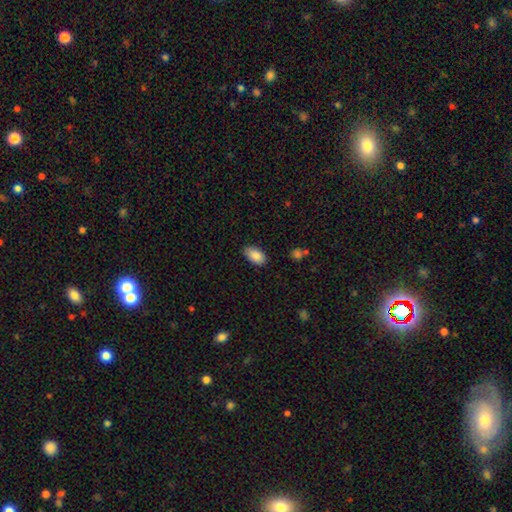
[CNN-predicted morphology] The model was most divided on "merging": none: 82%, minor disturbance: 14%, major disturbance: 2%, merger: 1%. More confident: how rounded — in between (93%); smooth or featured — smooth (87%).